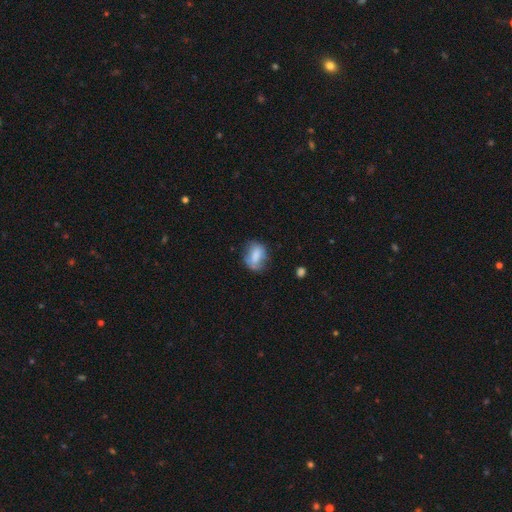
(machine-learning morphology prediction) Smooth or featured: smooth — 69% (featured or disk — 22%)
How rounded: in between — 69% (round — 29%)
Merging: none — 54% (minor disturbance — 30%)